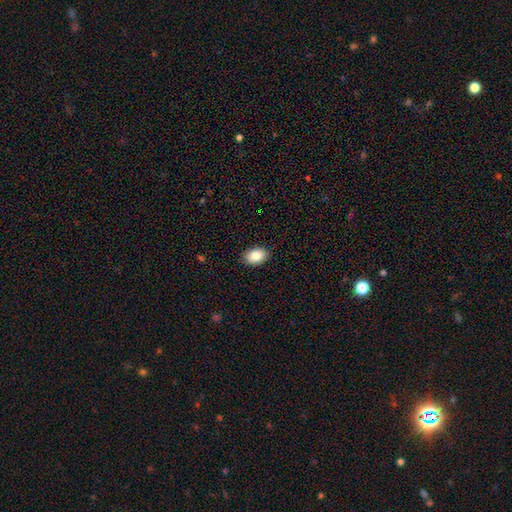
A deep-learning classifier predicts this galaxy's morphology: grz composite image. It shows a smooth galaxy with no disk features (86%) that is in between round and cigar-shaped (83%). Merging: none (88%).